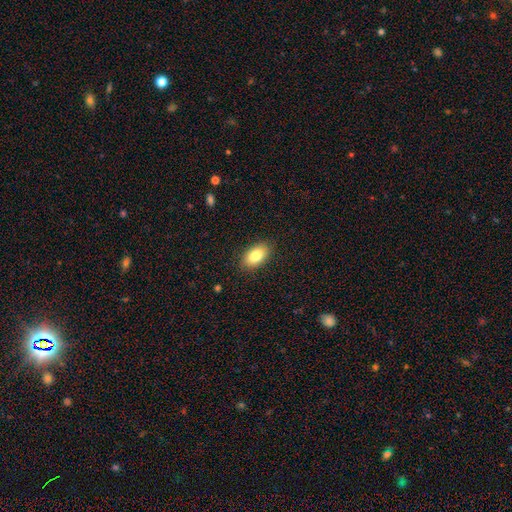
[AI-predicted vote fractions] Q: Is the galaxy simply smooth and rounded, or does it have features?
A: smooth — 83%.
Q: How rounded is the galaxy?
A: in between — 93%.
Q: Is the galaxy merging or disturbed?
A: none — 88%.